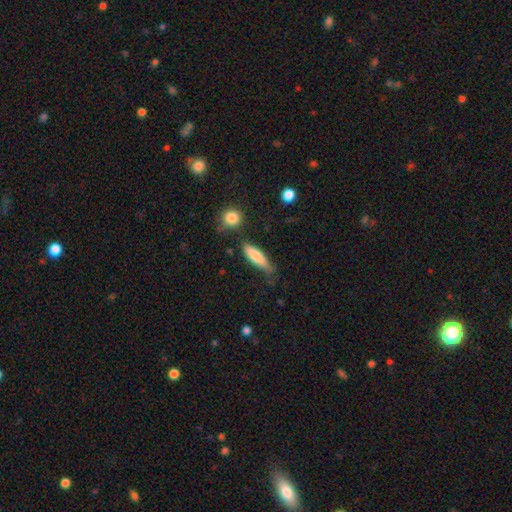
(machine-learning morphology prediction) smooth-or-featured: smooth: 79% | featured or disk: 15% | star or artifact: 6%
  how-rounded: cigar-shaped: 57% | in between: 40% | round: 2%
  merging: none: 63% | minor disturbance: 25% | major disturbance: 7% | merger: 5%